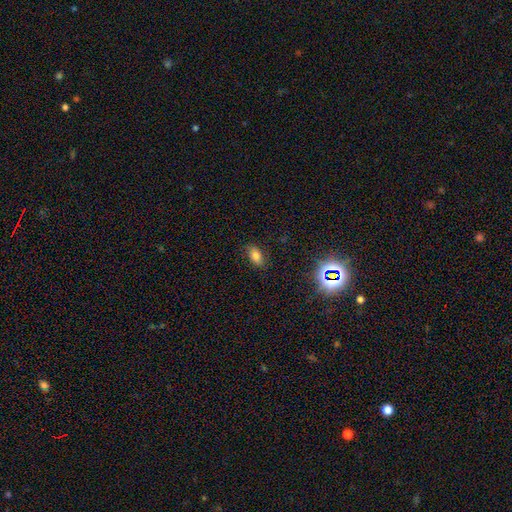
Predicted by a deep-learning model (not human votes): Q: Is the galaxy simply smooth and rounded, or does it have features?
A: smooth — 71%.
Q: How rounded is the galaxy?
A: in between — 89%.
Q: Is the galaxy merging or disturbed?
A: none — 82%.